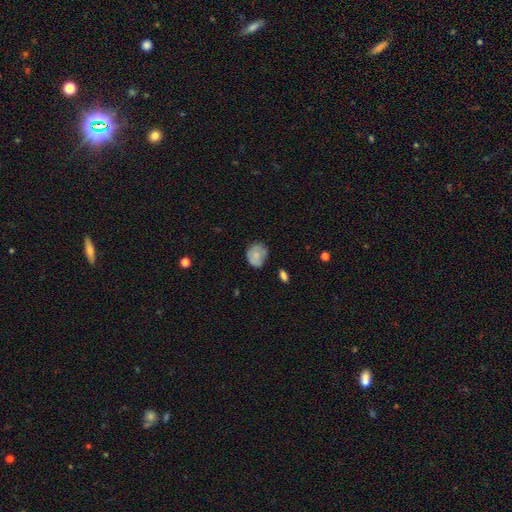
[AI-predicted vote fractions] smooth-or-featured: smooth: 75% | featured or disk: 17% | star or artifact: 8%
  how-rounded: round: 60% | in between: 39% | cigar-shaped: 1%
  merging: none: 60% | minor disturbance: 29% | major disturbance: 8% | merger: 3%